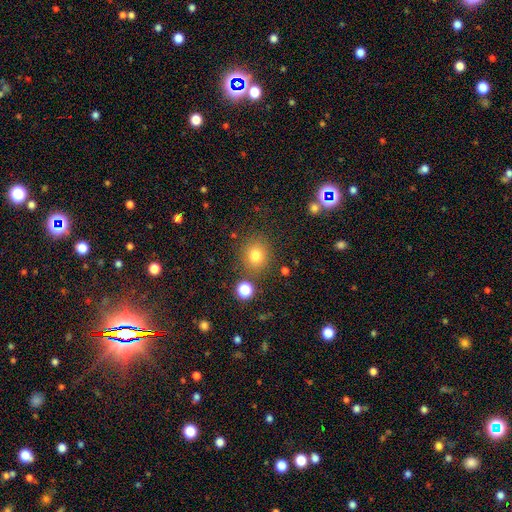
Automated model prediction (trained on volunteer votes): A smooth galaxy with no disk features (78%) that is round (83%).

Vote fractions:
- Smooth or featured? smooth: 78% / star or artifact: 15% / featured or disk: 7%
- How rounded? round: 83% / in between: 16% / cigar-shaped: 1%
- Merging? none: 82% / minor disturbance: 9% / merger: 5% / major disturbance: 3%